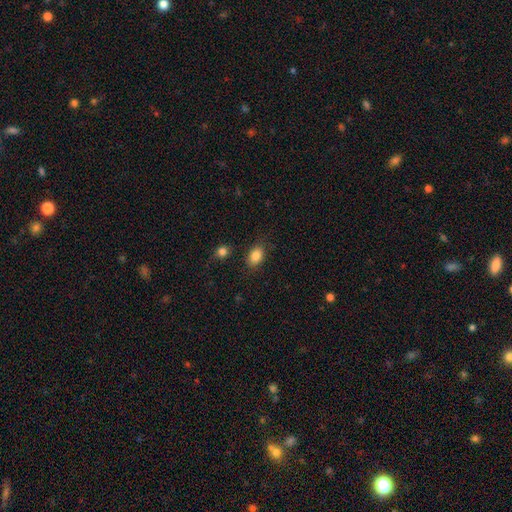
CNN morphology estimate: smooth_or_featured: smooth (p=0.85) [alt: star or artifact p=0.09]
how_rounded: in between (p=0.81) [alt: round p=0.18]
merging: none (p=0.82) [alt: minor disturbance p=0.12]